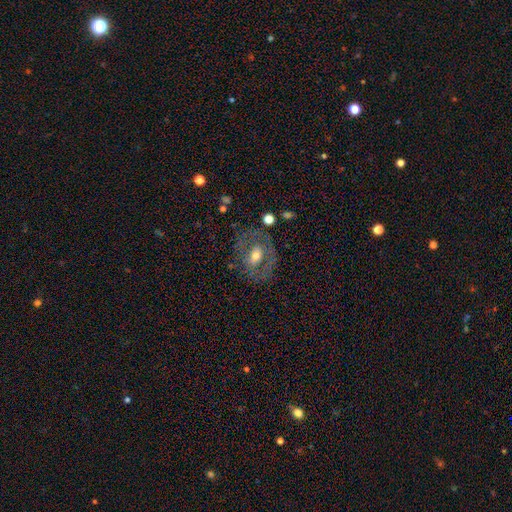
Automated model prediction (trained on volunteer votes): A featured or disk galaxy (51%). Merging: none (71%).